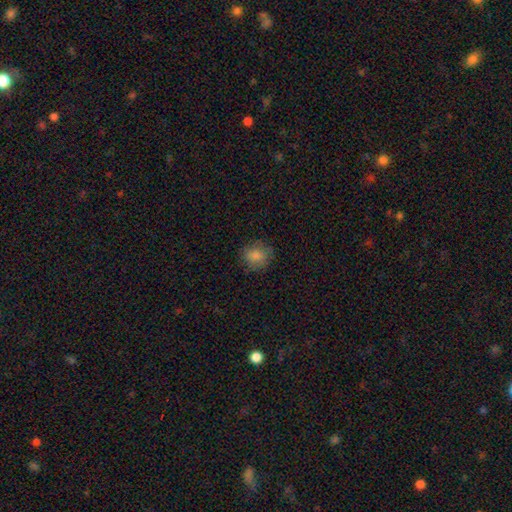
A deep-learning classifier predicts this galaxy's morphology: Q: Smooth or featured?
A: smooth (84%); runner-up: star or artifact (9%)
Q: How rounded?
A: round (75%); runner-up: in between (24%)
Q: Merging?
A: none (80%); runner-up: minor disturbance (14%)